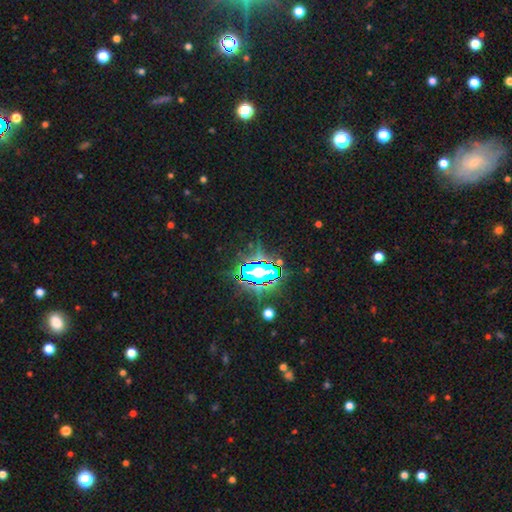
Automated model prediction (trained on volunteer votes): Smooth or featured? star or artifact (84%)